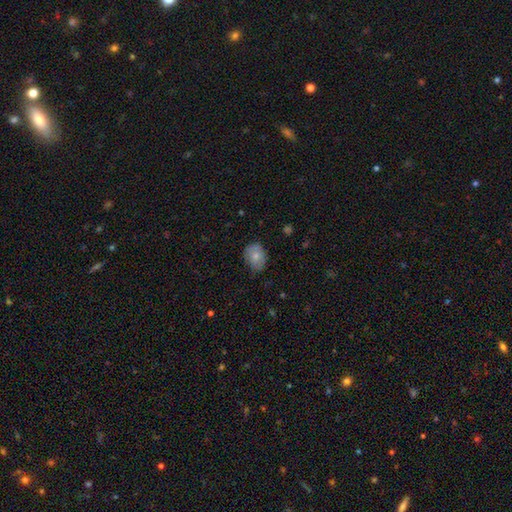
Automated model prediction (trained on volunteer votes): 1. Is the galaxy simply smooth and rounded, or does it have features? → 73% smooth, 19% featured or disk, 8% star or artifact.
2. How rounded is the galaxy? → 60% in between, 39% round, 1% cigar-shaped.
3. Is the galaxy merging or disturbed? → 63% none, 30% minor disturbance, 6% major disturbance, 1% merger.